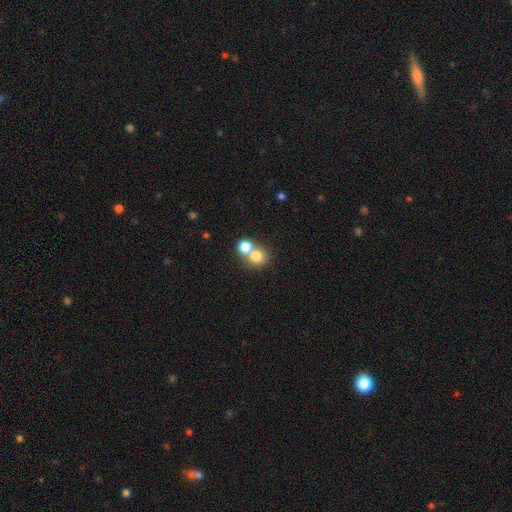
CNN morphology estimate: smooth 77%, featured or disk 12%, star or artifact 11%. Down the decision tree: how rounded — round (83%); merging — merger (57%).